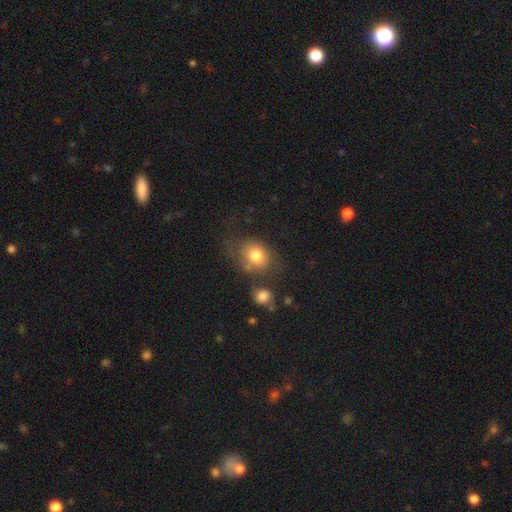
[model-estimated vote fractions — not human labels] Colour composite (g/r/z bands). It shows a smooth galaxy with no disk features (77%) that is round (50%). Merging: none (51%).